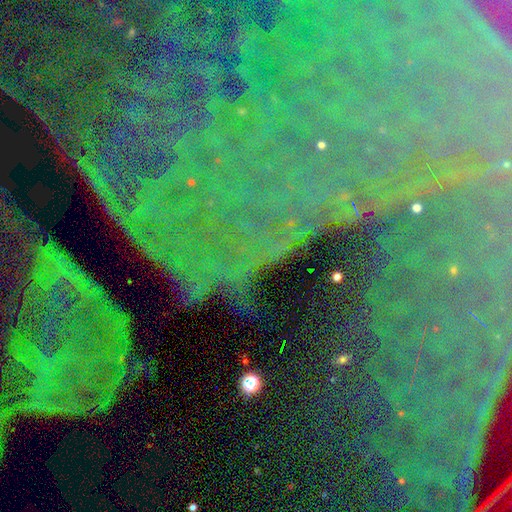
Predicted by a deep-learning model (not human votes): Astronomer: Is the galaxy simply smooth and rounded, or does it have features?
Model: star or artifact — 83%.